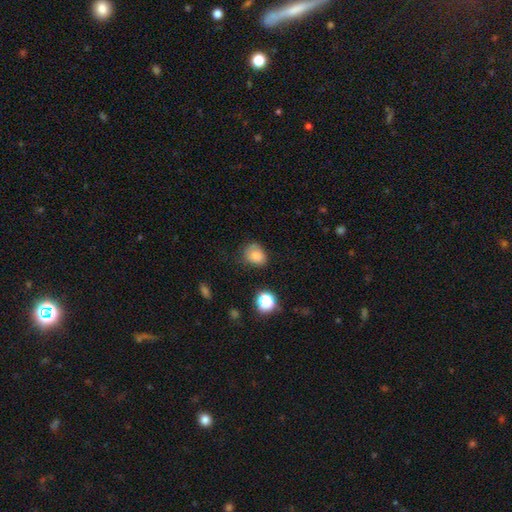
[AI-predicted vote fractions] The model was most divided on "how rounded": round: 50%, in between: 49%, cigar-shaped: 1%. More confident: smooth or featured — smooth (79%); merging — none (64%).